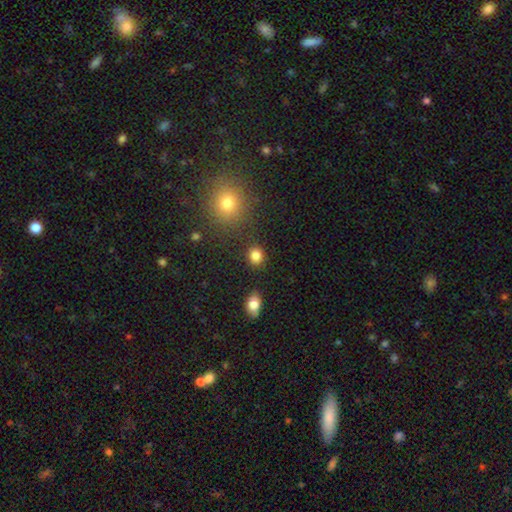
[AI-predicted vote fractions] The model was most divided on "how rounded": round: 73%, in between: 26%, cigar-shaped: 1%. More confident: merging — none (86%); smooth or featured — smooth (85%).